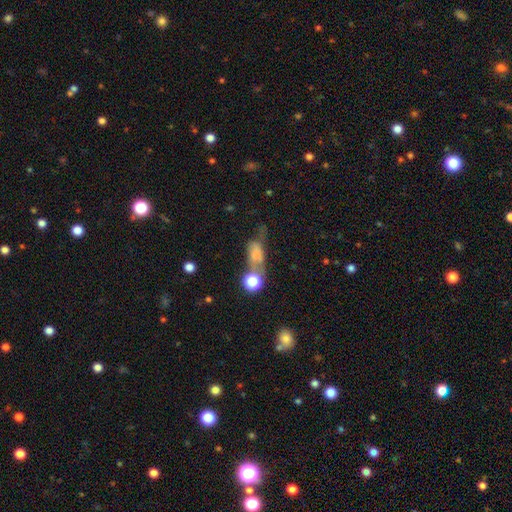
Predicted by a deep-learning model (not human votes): Smooth or featured? Predicted: smooth (p=0.56). How rounded? Predicted: in between (p=0.56). Merging? Predicted: none (p=0.35).